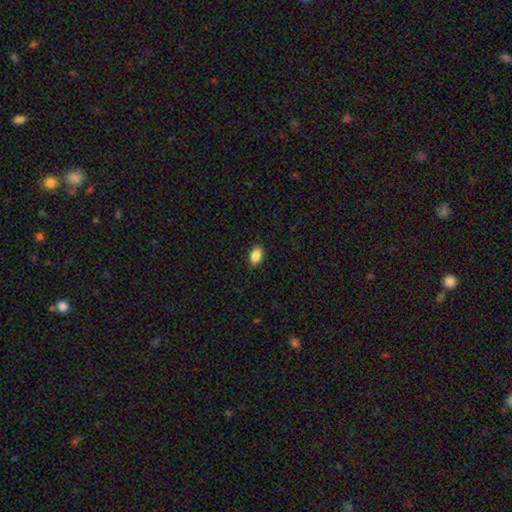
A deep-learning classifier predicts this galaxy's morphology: A smooth galaxy with no disk features (88%) that is in between round and cigar-shaped (86%). Merging: none (88%).